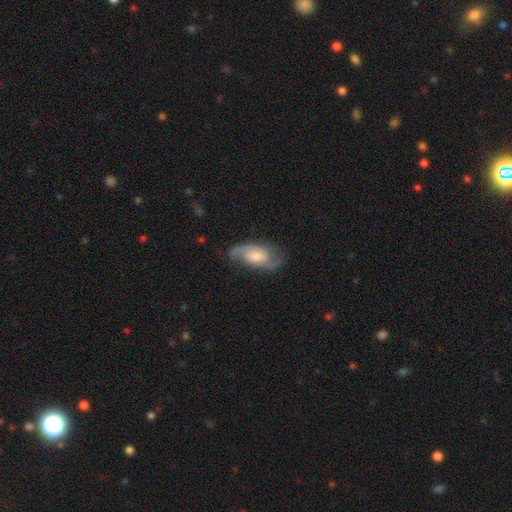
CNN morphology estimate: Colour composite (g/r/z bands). It shows a featured or disk galaxy (78%) with no bar (57%), 2 (86%) medium (49%) spiral arms (94%) and a moderate central bulge (48%). Merging: none (73%).